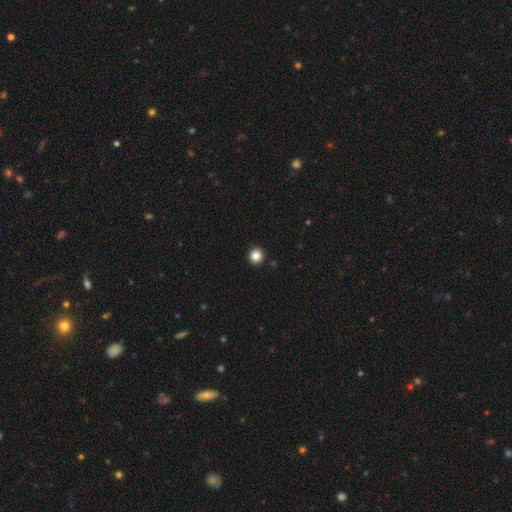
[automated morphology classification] Smooth or featured? Predicted: smooth (p=0.84). How rounded? Predicted: round (p=0.95). Merging? Predicted: none (p=0.94).